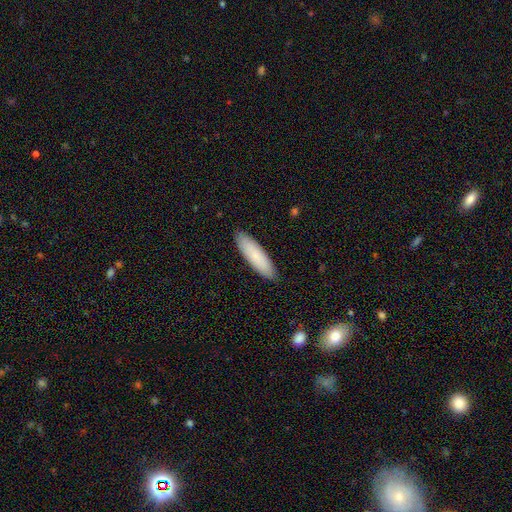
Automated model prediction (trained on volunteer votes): smooth-or-featured: smooth: 83% | featured or disk: 11% | star or artifact: 6%
  how-rounded: cigar-shaped: 65% | in between: 34% | round: 1%
  merging: none: 90% | minor disturbance: 8% | major disturbance: 1% | merger: 1%